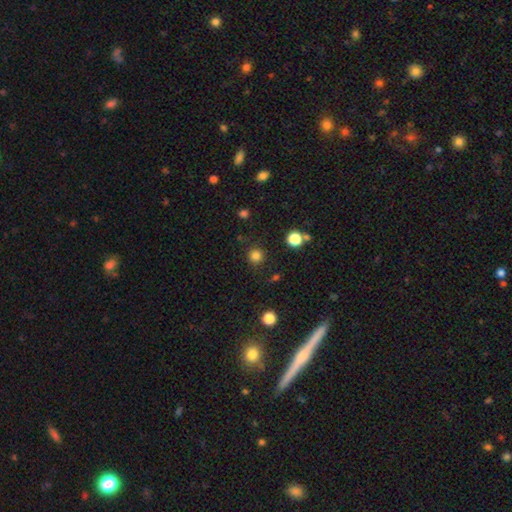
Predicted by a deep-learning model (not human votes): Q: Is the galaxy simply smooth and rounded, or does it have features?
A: smooth — 82%.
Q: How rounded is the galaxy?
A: round — 94%.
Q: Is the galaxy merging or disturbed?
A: none — 88%.